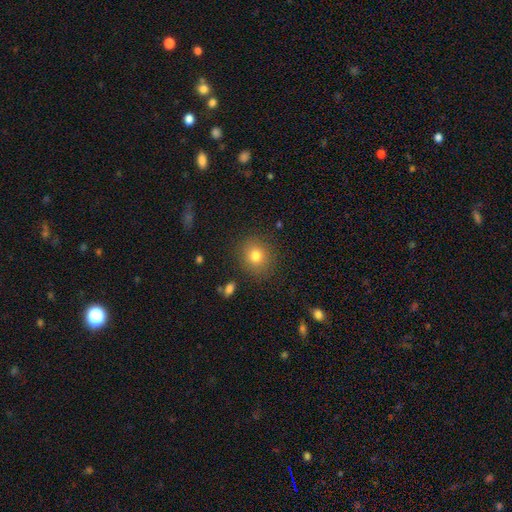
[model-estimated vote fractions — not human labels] smooth_or_featured: smooth (p=0.80) [alt: star or artifact p=0.12]
how_rounded: round (p=0.80) [alt: in between p=0.19]
merging: none (p=0.87) [alt: minor disturbance p=0.08]